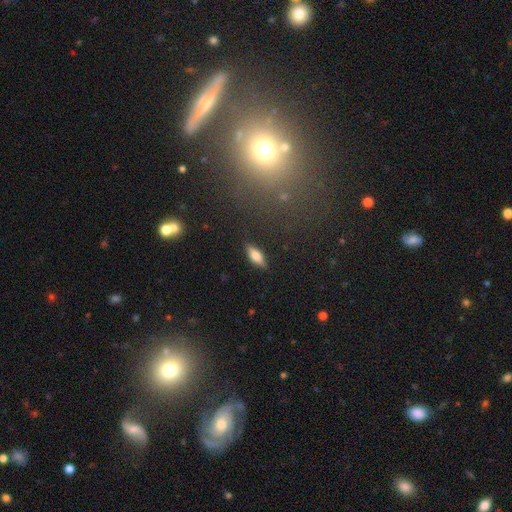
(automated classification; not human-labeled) A smooth galaxy with no disk features (65%) that is in between round and cigar-shaped (66%).

Vote fractions:
- Smooth or featured? smooth: 65% / featured or disk: 27% / star or artifact: 7%
- How rounded? in between: 66% / cigar-shaped: 31% / round: 3%
- Merging? none: 86% / minor disturbance: 10% / major disturbance: 2% / merger: 1%